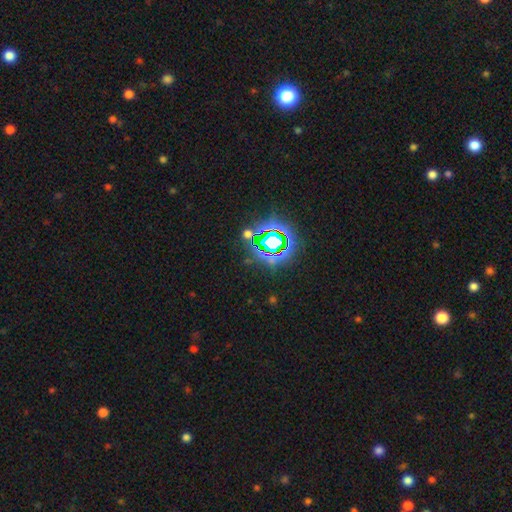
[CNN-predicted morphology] This is clearly a star or artifact rather than a galaxy (80%).